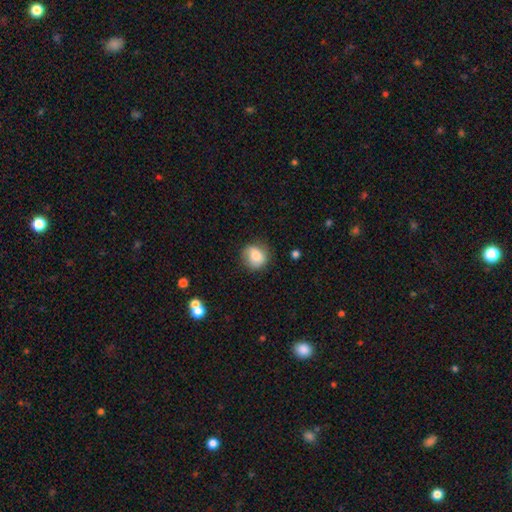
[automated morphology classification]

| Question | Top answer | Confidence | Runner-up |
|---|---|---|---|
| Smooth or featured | smooth | 77% | featured or disk (15%) |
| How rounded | round | 81% | in between (18%) |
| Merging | none | 74% | minor disturbance (19%) |